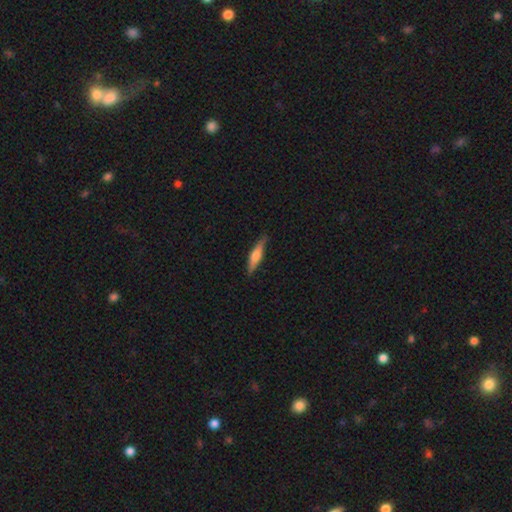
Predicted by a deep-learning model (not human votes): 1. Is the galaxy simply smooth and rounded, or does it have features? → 48% smooth, 47% featured or disk, 6% star or artifact.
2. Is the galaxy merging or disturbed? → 85% none, 12% minor disturbance, 2% major disturbance, 1% merger.